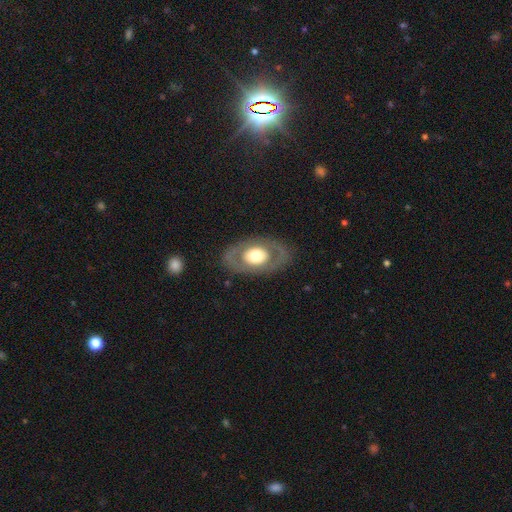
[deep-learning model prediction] Smooth or featured?
  - featured or disk: 57% *
  - smooth: 38%
  - star or artifact: 5%
Edge-on disk?
  - no: 91% *
  - yes: 9%
Bar?
  - no: 88% *
  - weak: 9%
  - strong: 3%
Spiral arms?
  - no: 83% *
  - yes: 17%
Bulge size?
  - large: 46% *
  - moderate: 43%
  - dominant: 6%
  - small: 4%
  - none: 1%
Merging?
  - none: 81% *
  - minor disturbance: 11%
  - major disturbance: 7%
  - merger: 1%